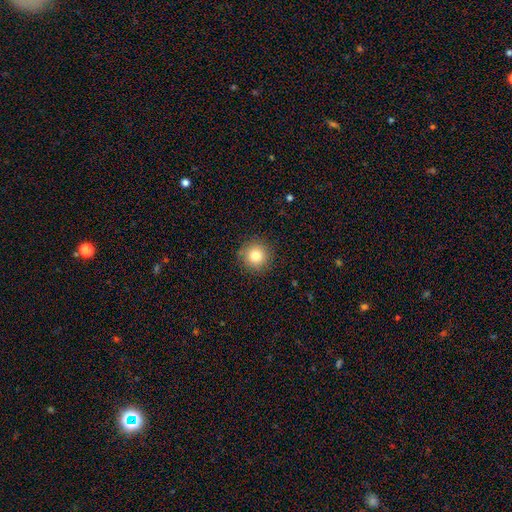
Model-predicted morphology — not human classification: Overall: smooth (81%). How rounded: round (95%). Merging: none (89%).